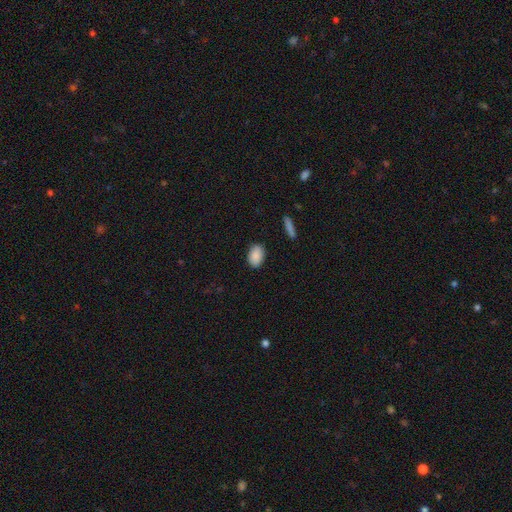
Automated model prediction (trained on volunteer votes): Smooth or featured?
  - smooth: 89% *
  - star or artifact: 7%
  - featured or disk: 4%
How rounded?
  - in between: 87% *
  - round: 11%
  - cigar-shaped: 1%
Merging?
  - none: 87% *
  - minor disturbance: 10%
  - major disturbance: 2%
  - merger: 1%